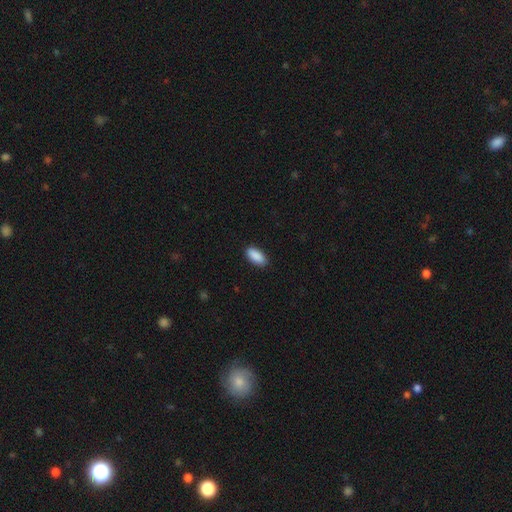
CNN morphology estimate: A smooth galaxy with no disk features (90%) that is in between round and cigar-shaped (89%). Merging: none (87%).